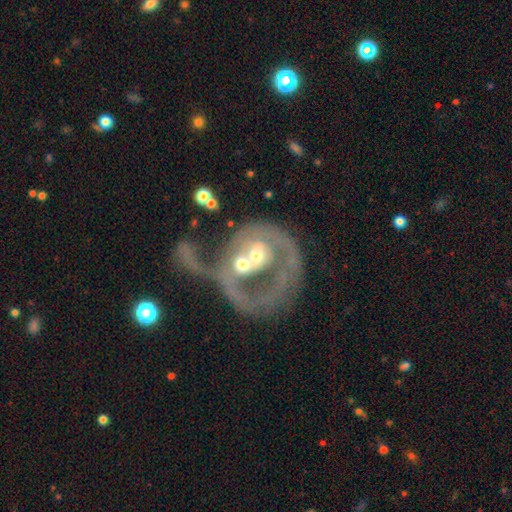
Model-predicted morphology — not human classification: This appears to be a featured or disk galaxy (79%) with no bar (62%), 2 (46%) medium (38%) spiral arms (72%) and a moderate central bulge (62%). Merging: merger (53%).